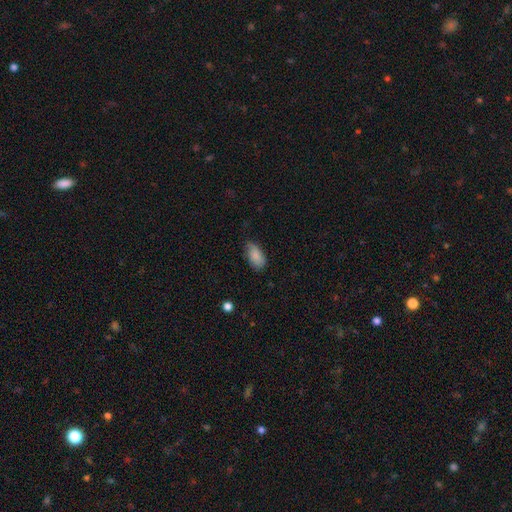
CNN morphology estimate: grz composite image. It shows a smooth galaxy with no disk features (84%) that is in between round and cigar-shaped (93%). Merging: none (68%).